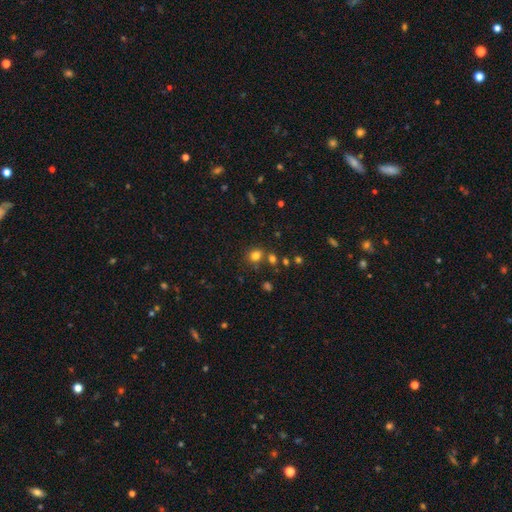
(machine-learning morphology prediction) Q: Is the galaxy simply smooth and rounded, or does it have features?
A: smooth — 77%.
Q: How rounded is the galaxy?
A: round — 68%.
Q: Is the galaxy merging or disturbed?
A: none — 71%.